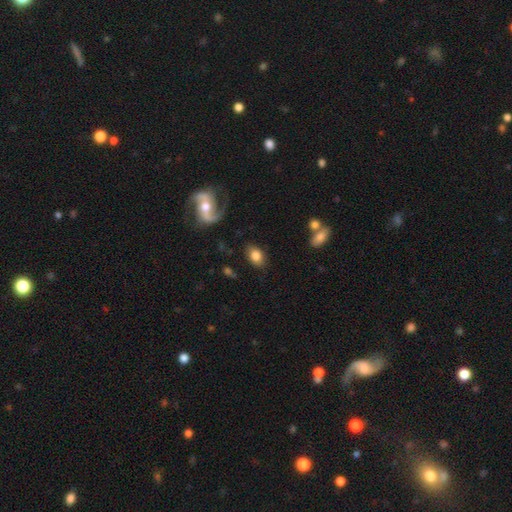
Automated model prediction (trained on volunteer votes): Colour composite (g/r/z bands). It shows a smooth galaxy with no disk features (78%) that is in between round and cigar-shaped (81%). Merging: none (82%).